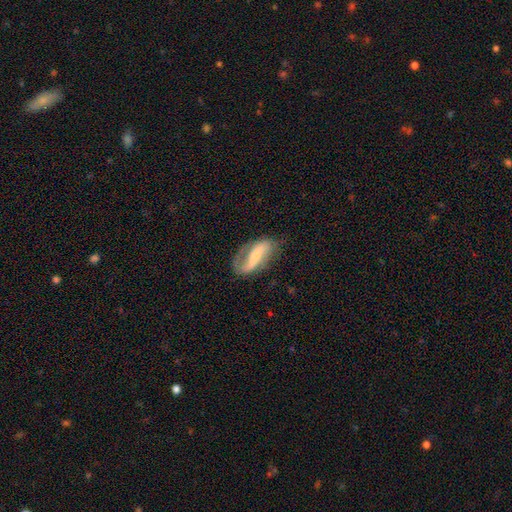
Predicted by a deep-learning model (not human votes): Morphology: type=featured or disk (72%); edge-on=no (92%); bar=strong (51%); spiral arms=yes (88%); winding=loose (52%); arm count=2 (70%); bulge=small (51%); merging=none (60%).